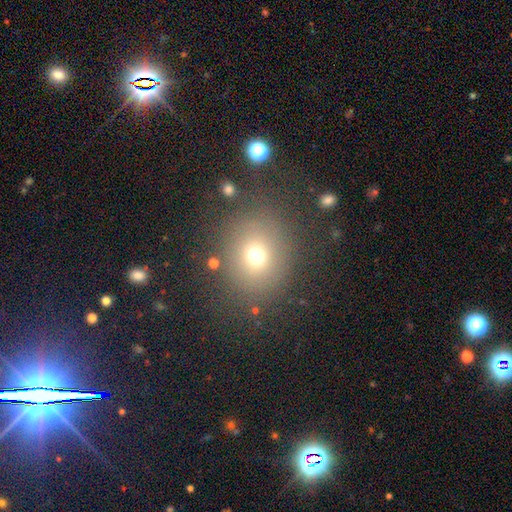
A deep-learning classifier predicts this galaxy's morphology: smooth-or-featured: smooth: 69% | star or artifact: 20% | featured or disk: 11%
  how-rounded: round: 77% | in between: 21% | cigar-shaped: 1%
  merging: none: 80% | minor disturbance: 10% | major disturbance: 7% | merger: 4%